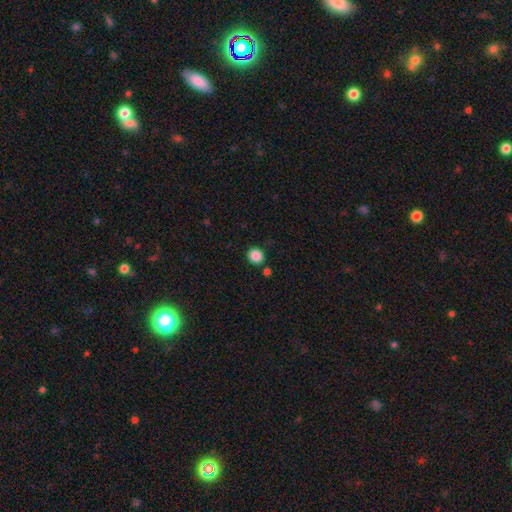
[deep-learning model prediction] This is clearly a smooth galaxy (87%). How rounded: likely round (78%). Merging: clearly none (84%).